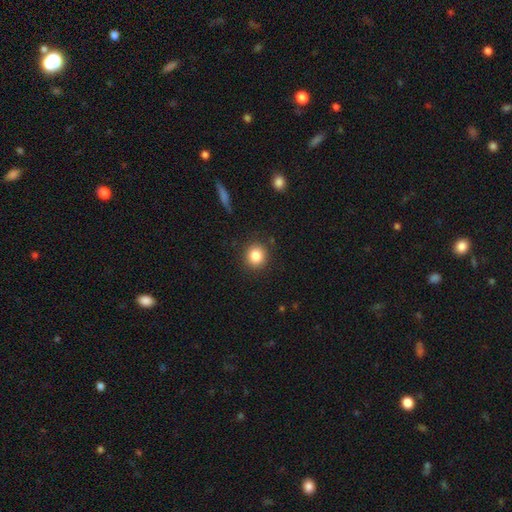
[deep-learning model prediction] Overall: smooth (84%). How rounded: round (89%). Merging: none (90%).